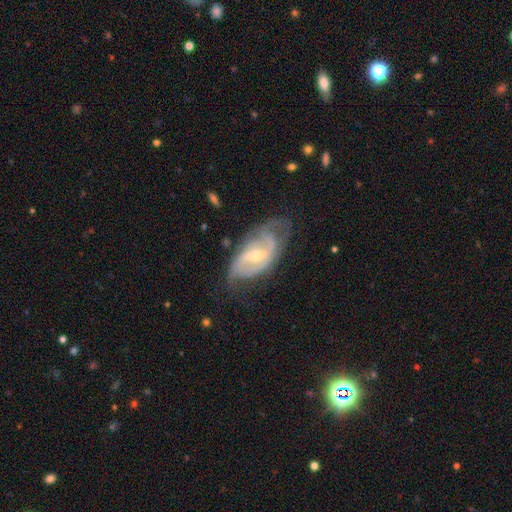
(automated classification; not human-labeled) The model was most divided on "spiral winding": medium: 45%, tight: 33%, loose: 22%. Remaining: edge-on disk — no (95%); spiral arms — yes (89%); smooth or featured — featured or disk (78%); bulge size — small (62%); merging — none (54%); spiral arm count — 2 (52%); bar — weak (50%).